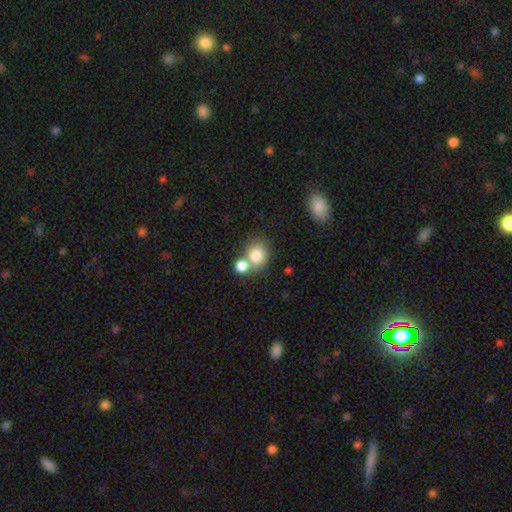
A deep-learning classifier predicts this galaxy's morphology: Overall: smooth (81%). How rounded: round (66%; in between 33%). Merging: none (45%; merger 41%).